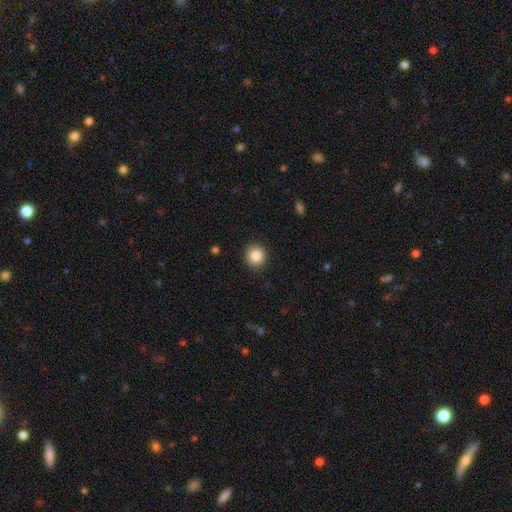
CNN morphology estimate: smooth-or-featured: smooth: 86% | star or artifact: 9% | featured or disk: 5%
  how-rounded: round: 91% | in between: 9% | cigar-shaped: 1%
  merging: none: 91% | minor disturbance: 6% | major disturbance: 2% | merger: 1%